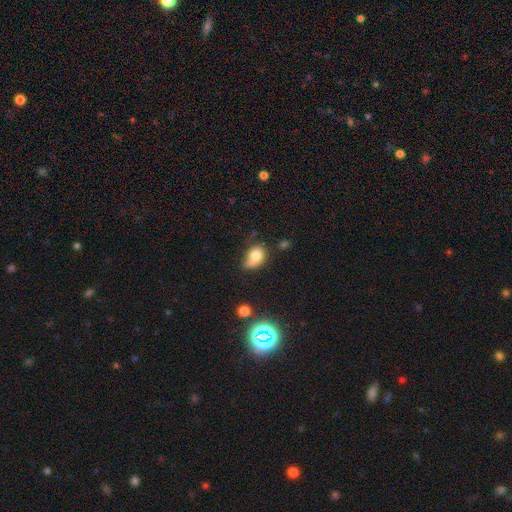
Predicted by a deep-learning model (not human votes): Smooth or featured?
  - smooth: 73% *
  - featured or disk: 15%
  - star or artifact: 11%
How rounded?
  - in between: 70% *
  - round: 28%
  - cigar-shaped: 2%
Merging?
  - none: 38% *
  - minor disturbance: 32%
  - major disturbance: 16%
  - merger: 14%